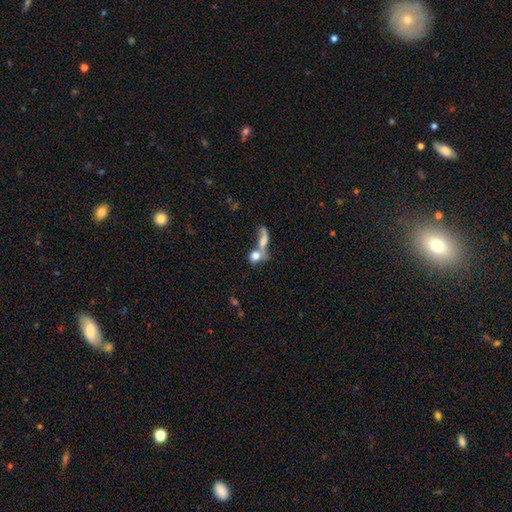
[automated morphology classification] This appears to be a smooth galaxy with no disk features (70%) that is round (55%). Merging: merger (61%).